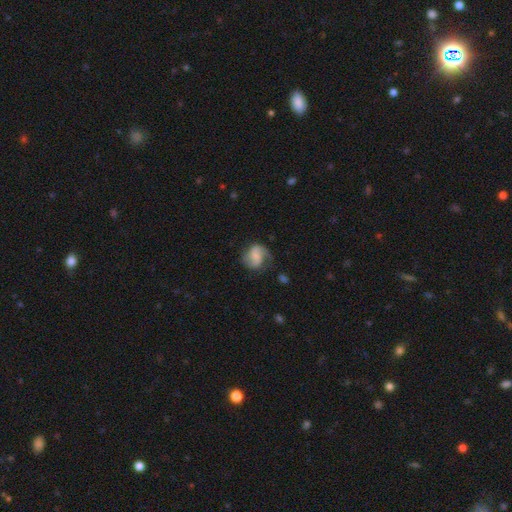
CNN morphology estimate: smooth_or_featured: featured or disk (p=0.52) [alt: smooth p=0.40]
disk_edge_on: no (p=0.98) [alt: yes p=0.02]
bar: no (p=0.43) [alt: weak p=0.41]
has_spiral_arms: yes (p=0.87) [alt: no p=0.13]
bulge_size: small (p=0.42) [alt: none p=0.28]
merging: none (p=0.57) [alt: minor disturbance p=0.25]